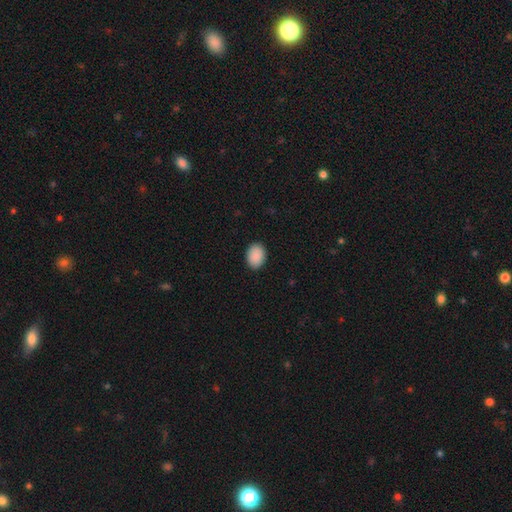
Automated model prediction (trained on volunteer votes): Q: Smooth or featured?
A: smooth (91%); runner-up: star or artifact (7%)
Q: How rounded?
A: in between (74%); runner-up: round (25%)
Q: Merging?
A: none (90%); runner-up: minor disturbance (8%)